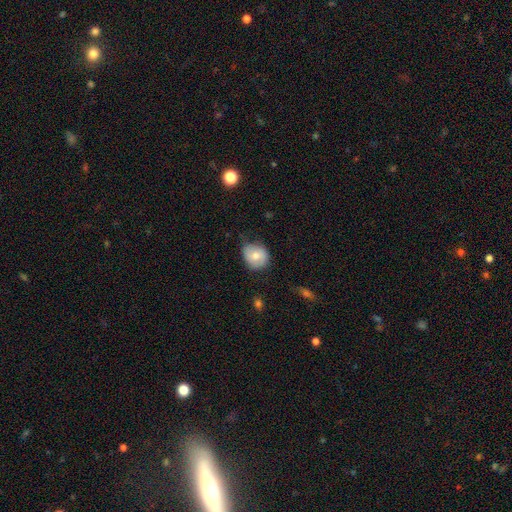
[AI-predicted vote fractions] Smooth or featured? Predicted: smooth (p=0.72). How rounded? Predicted: round (p=0.74). Merging? Predicted: none (p=0.61).